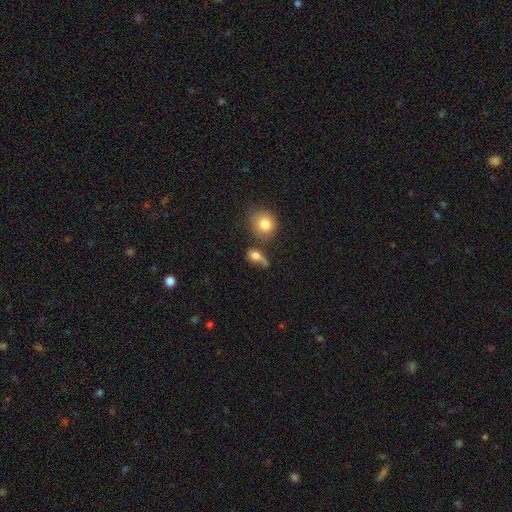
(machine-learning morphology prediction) type=smooth (73%); roundness=in between (57%); merging=none (38%).